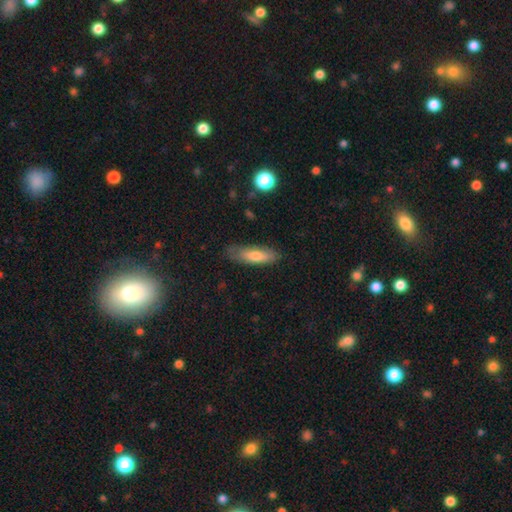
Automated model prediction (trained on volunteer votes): smooth 71%, featured or disk 22%, star or artifact 7%. Down the decision tree: how rounded — cigar-shaped (55%); merging — none (73%).